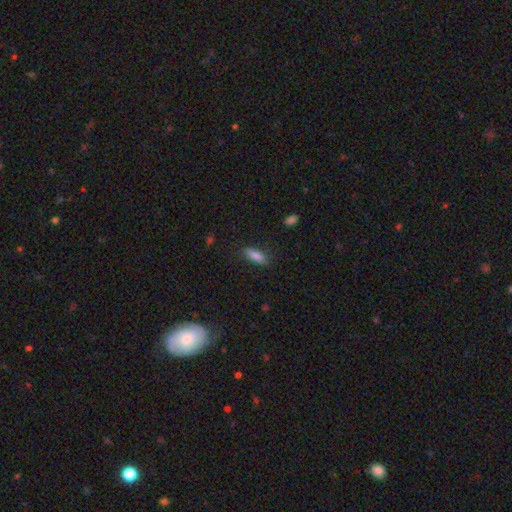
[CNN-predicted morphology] A smooth galaxy with no disk features (84%) that is in between round and cigar-shaped (62%). Merging: none (83%).